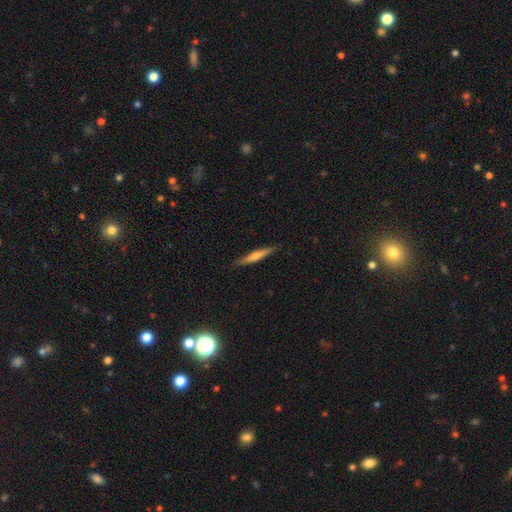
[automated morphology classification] Smooth or featured? featured or disk (52%)
Edge-on disk? yes (96%)
Edge-on bulge? rounded (66%)
Merging? none (89%)